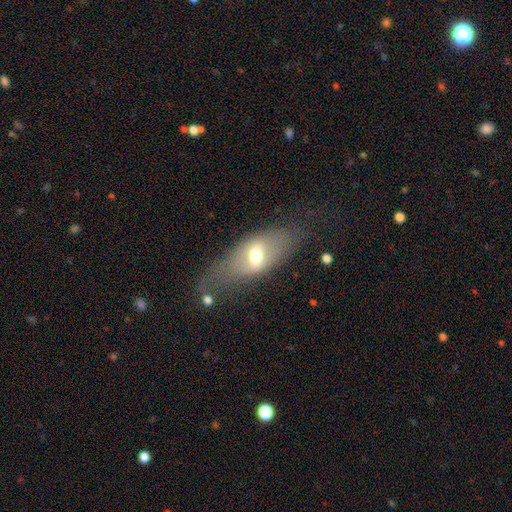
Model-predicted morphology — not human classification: The model was most divided on "smooth or featured": featured or disk: 45%, smooth: 44%, star or artifact: 10%. More confident: merging — none (61%).